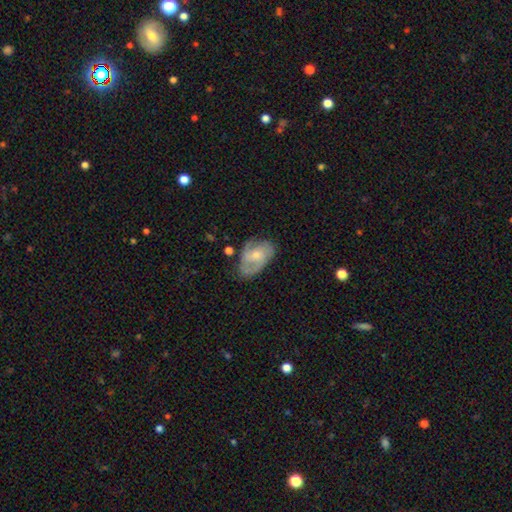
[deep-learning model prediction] Morphology: type=featured or disk (66%); edge-on=no (97%); bar=no (65%); spiral arms=yes (86%); winding=medium (47%); arm count=2 (42%); bulge=small (53%); merging=none (57%).